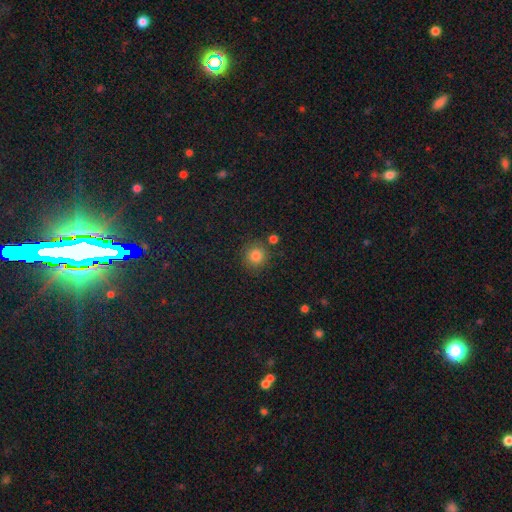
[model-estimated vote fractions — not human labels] Morphology: type=smooth (84%); roundness=round (92%); merging=none (82%).